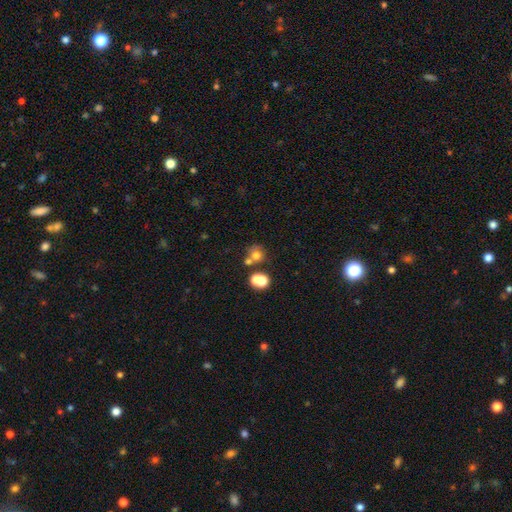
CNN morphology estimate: Smooth or featured? smooth (65%)
How rounded? round (81%)
Merging? none (48%)